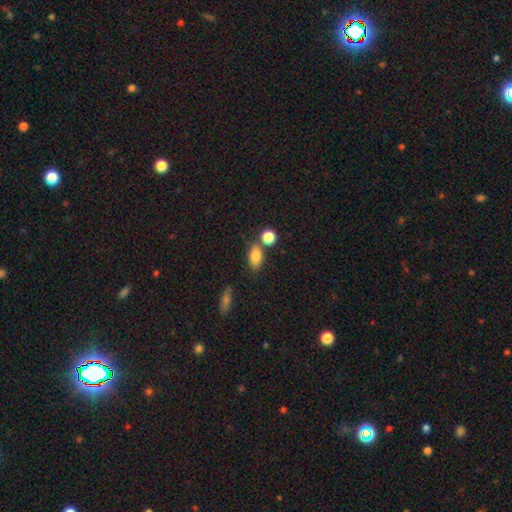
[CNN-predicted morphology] A smooth galaxy with no disk features (83%) that is in between round and cigar-shaped (82%).

Vote fractions:
- Smooth or featured? smooth: 83% / star or artifact: 9% / featured or disk: 8%
- How rounded? in between: 82% / round: 14% / cigar-shaped: 4%
- Merging? none: 68% / merger: 16% / minor disturbance: 13% / major disturbance: 4%